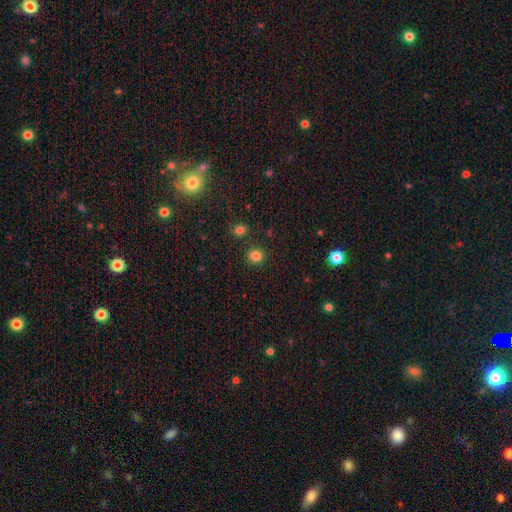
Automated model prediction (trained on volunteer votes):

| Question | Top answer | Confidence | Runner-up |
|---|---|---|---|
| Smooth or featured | smooth | 82% | star or artifact (13%) |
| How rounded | round | 89% | in between (10%) |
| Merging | none | 89% | minor disturbance (6%) |